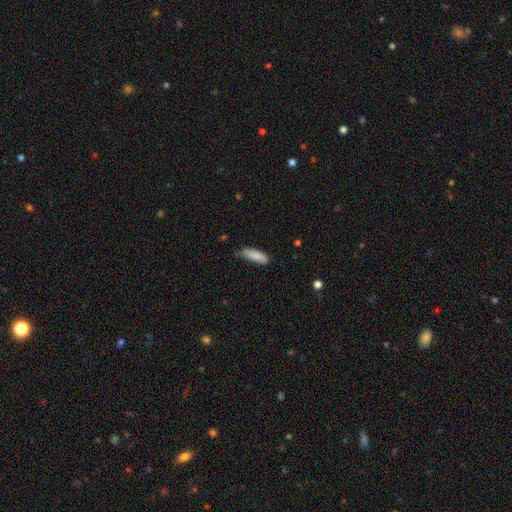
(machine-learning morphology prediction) type=smooth (86%); roundness=in between (51%); merging=none (73%).